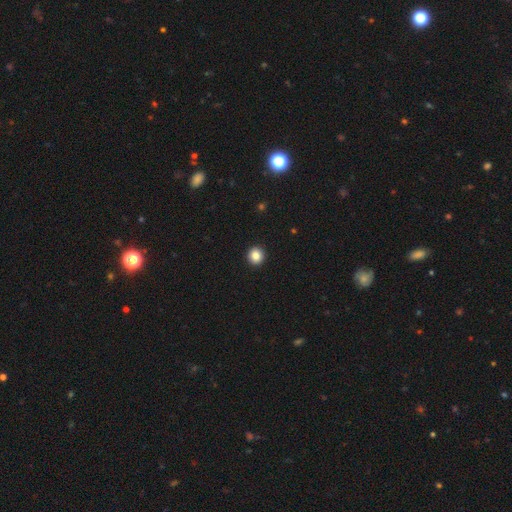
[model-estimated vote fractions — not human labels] Overall: smooth (85%). How rounded: round (93%). Merging: none (94%).